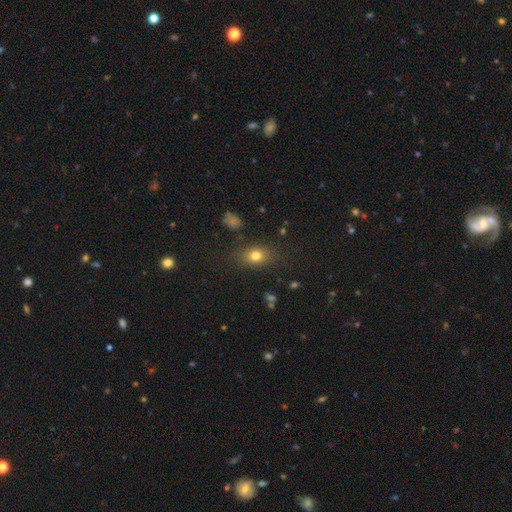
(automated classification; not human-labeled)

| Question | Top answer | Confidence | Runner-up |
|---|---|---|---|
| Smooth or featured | smooth | 76% | star or artifact (14%) |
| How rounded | in between | 65% | round (33%) |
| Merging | none | 81% | minor disturbance (13%) |